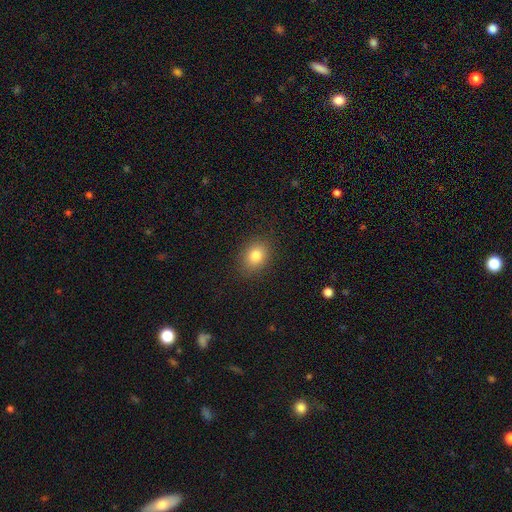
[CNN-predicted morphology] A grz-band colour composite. It shows a smooth galaxy with no disk features (81%) that is in between round and cigar-shaped (56%). Merging: none (86%).